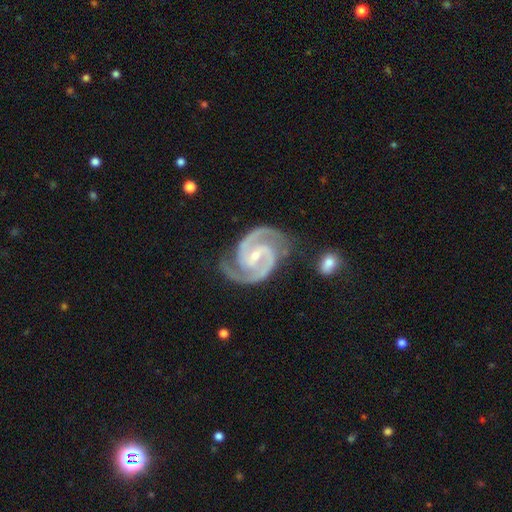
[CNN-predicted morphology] smooth_or_featured: featured or disk (p=0.95) [alt: star or artifact p=0.03]
disk_edge_on: no (p=0.98) [alt: yes p=0.02]
bar: weak (p=0.44) [alt: strong p=0.34]
has_spiral_arms: yes (p=0.99) [alt: no p=0.01]
spiral_winding: medium (p=0.54) [alt: tight p=0.40]
spiral_arm_count: 2 (p=0.90) [alt: 3 p=0.05]
bulge_size: small (p=0.68) [alt: moderate p=0.29]
merging: none (p=0.75) [alt: minor disturbance p=0.16]